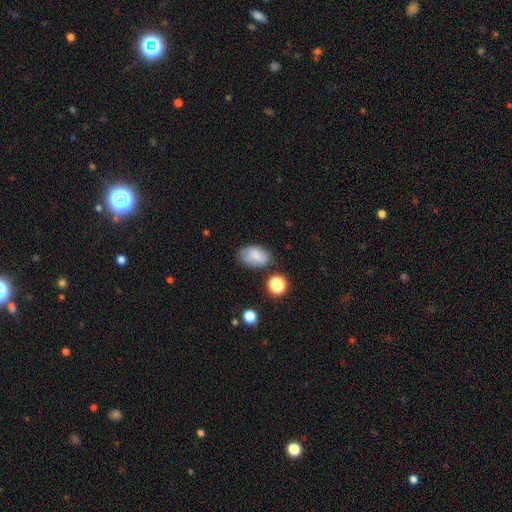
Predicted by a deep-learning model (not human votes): Q: Smooth or featured?
A: smooth (73%); runner-up: featured or disk (17%)
Q: How rounded?
A: in between (87%); runner-up: round (11%)
Q: Merging?
A: none (68%); runner-up: minor disturbance (22%)